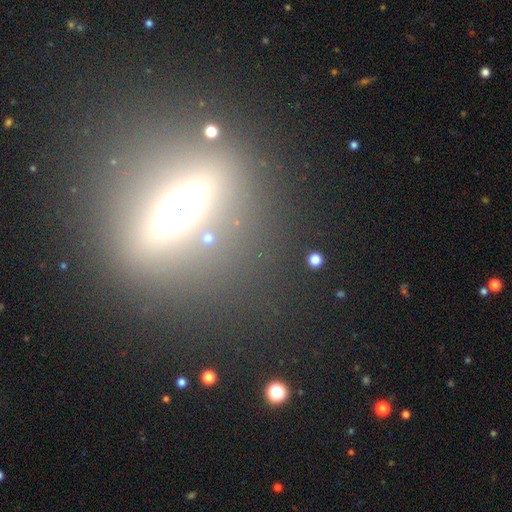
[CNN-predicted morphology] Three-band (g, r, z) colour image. It shows a featured or disk galaxy (47%). Merging: none (83%).